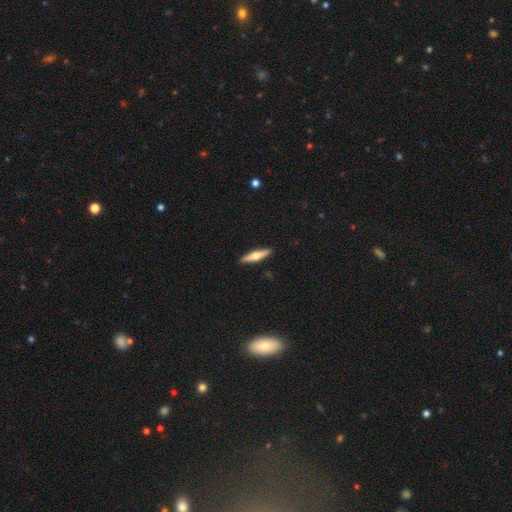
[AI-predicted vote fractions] The model was most divided on "smooth or featured": featured or disk: 52%, smooth: 42%, star or artifact: 5%. More confident: edge-on disk — yes (94%); merging — none (91%).